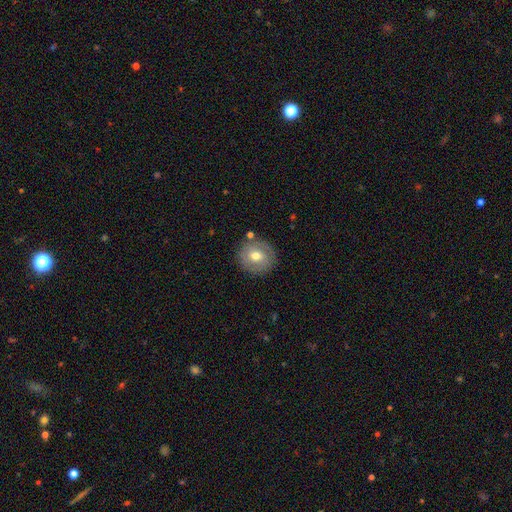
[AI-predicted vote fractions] smooth_or_featured: smooth (p=0.57) [alt: featured or disk p=0.35]
how_rounded: round (p=0.90) [alt: in between p=0.09]
merging: none (p=0.81) [alt: minor disturbance p=0.12]